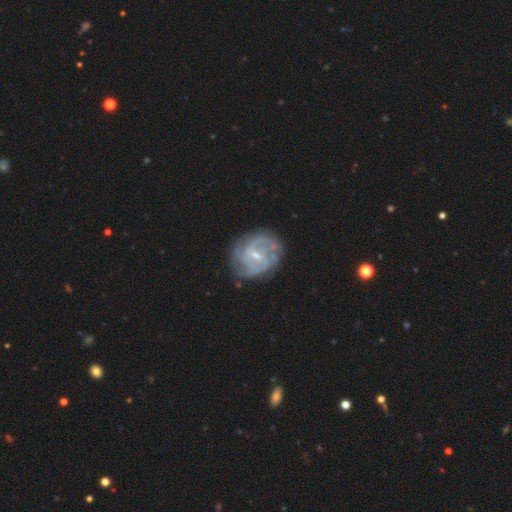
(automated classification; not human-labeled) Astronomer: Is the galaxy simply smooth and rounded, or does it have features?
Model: featured or disk — 85%.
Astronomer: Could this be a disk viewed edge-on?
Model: no — 98%.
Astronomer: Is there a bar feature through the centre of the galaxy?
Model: weak — 60%.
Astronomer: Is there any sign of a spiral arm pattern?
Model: yes — 93%.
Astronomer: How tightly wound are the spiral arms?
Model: tight — 49% (runner-up: medium, 39%).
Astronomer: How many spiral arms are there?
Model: can't tell — 32% (runner-up: 2, 27%).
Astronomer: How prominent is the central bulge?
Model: small — 62%.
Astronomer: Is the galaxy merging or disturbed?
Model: none — 73%.